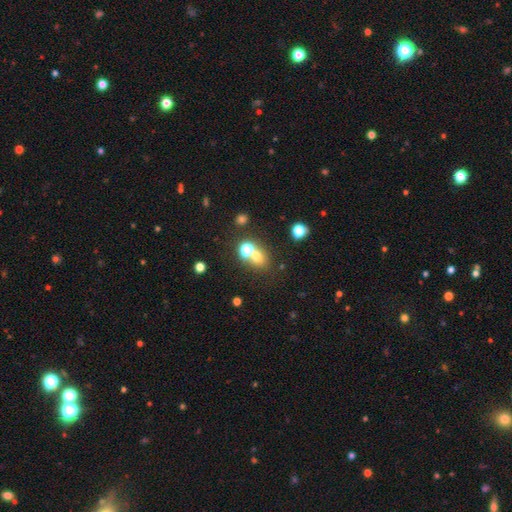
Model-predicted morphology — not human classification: A smooth galaxy with no disk features (64%) that is round (71%). Merging: none (52%).